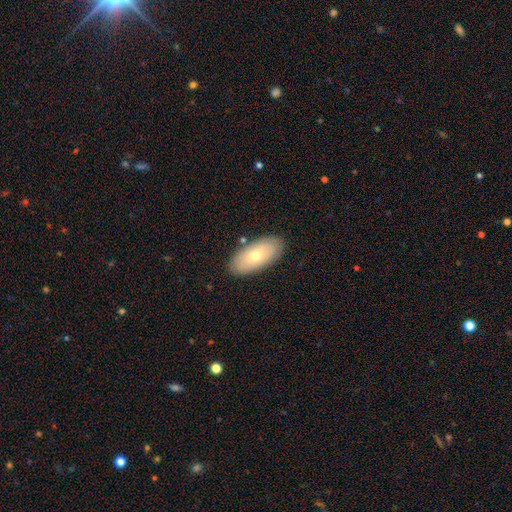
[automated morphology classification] Smooth or featured?
  - smooth: 65% *
  - featured or disk: 29%
  - star or artifact: 7%
How rounded?
  - in between: 92% *
  - cigar-shaped: 5%
  - round: 3%
Merging?
  - none: 86% *
  - minor disturbance: 10%
  - major disturbance: 2%
  - merger: 2%